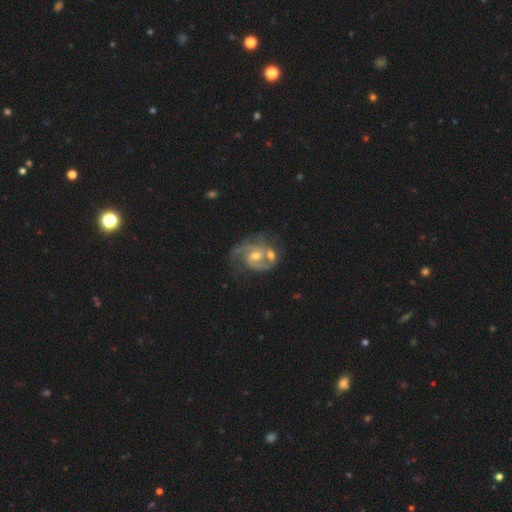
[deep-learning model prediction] smooth_or_featured: featured or disk (p=0.86) [alt: smooth p=0.08]
disk_edge_on: no (p=0.98) [alt: yes p=0.02]
bar: no (p=0.53) [alt: weak p=0.39]
has_spiral_arms: yes (p=0.95) [alt: no p=0.05]
spiral_winding: medium (p=0.52) [alt: tight p=0.30]
spiral_arm_count: 2 (p=0.67) [alt: 3 p=0.11]
bulge_size: moderate (p=0.60) [alt: small p=0.35]
merging: none (p=0.41) [alt: merger p=0.29]